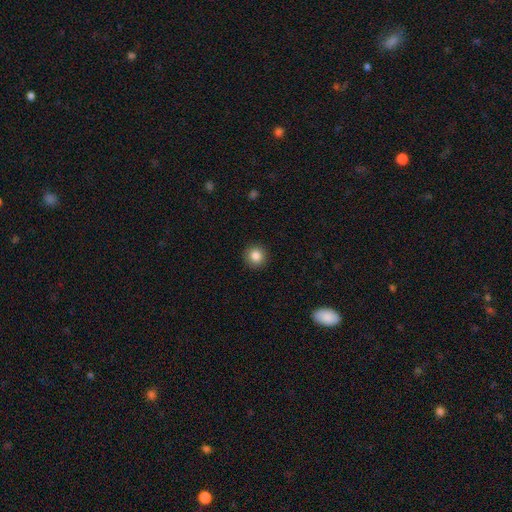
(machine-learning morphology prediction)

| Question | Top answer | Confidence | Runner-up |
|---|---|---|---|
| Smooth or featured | smooth | 85% | star or artifact (10%) |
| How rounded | round | 94% | in between (5%) |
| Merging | none | 92% | minor disturbance (5%) |